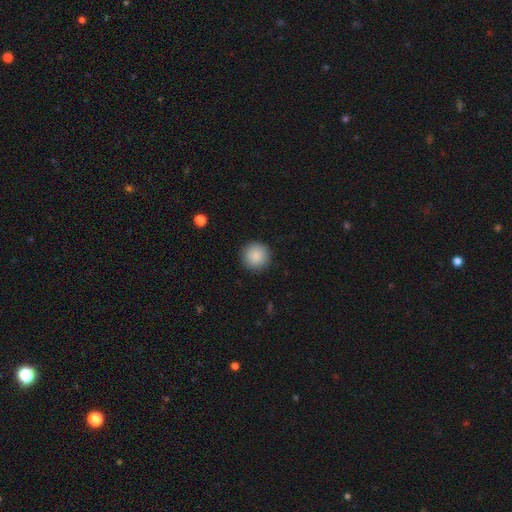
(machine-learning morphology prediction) This appears to be a smooth galaxy with no disk features (88%) that is round (95%). Merging: none (91%).